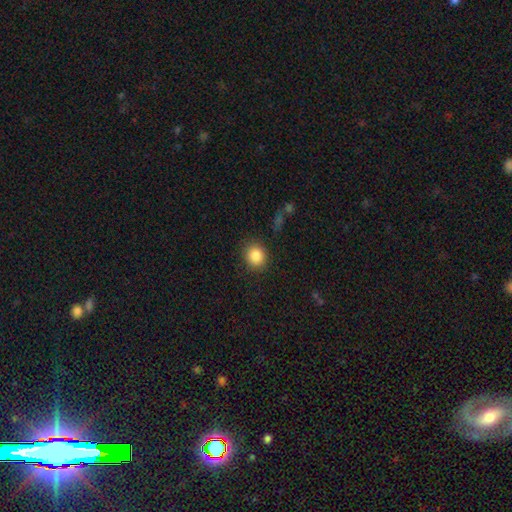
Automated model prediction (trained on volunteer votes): Smooth or featured: smooth — 86% (star or artifact — 9%)
How rounded: round — 80% (in between — 19%)
Merging: none — 87% (minor disturbance — 8%)